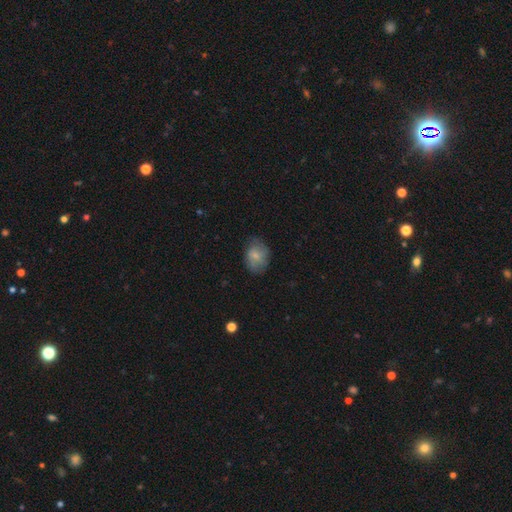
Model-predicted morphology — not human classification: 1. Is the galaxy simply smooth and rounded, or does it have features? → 71% smooth, 21% featured or disk, 8% star or artifact.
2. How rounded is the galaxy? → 62% in between, 37% round, 1% cigar-shaped.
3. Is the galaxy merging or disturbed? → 68% none, 23% minor disturbance, 7% major disturbance, 1% merger.